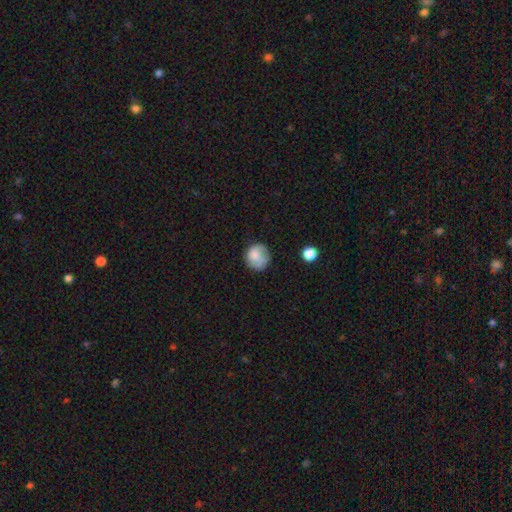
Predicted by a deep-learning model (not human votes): Morphology: type=smooth (72%); roundness=round (85%); merging=none (66%).